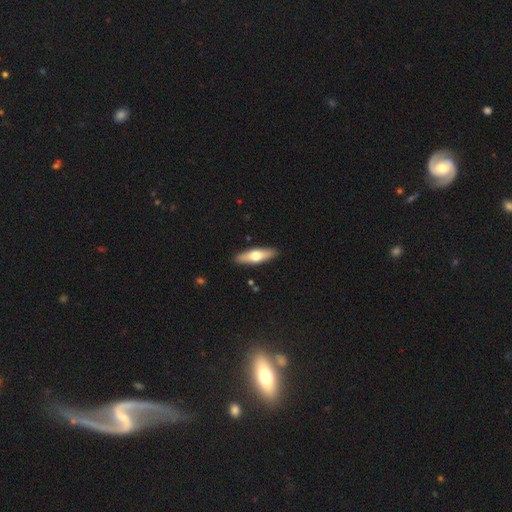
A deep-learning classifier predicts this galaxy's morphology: smooth-or-featured: smooth: 56% | featured or disk: 39% | star or artifact: 5%
  how-rounded: cigar-shaped: 57% | in between: 41% | round: 2%
  merging: none: 90% | minor disturbance: 7% | major disturbance: 2% | merger: 1%